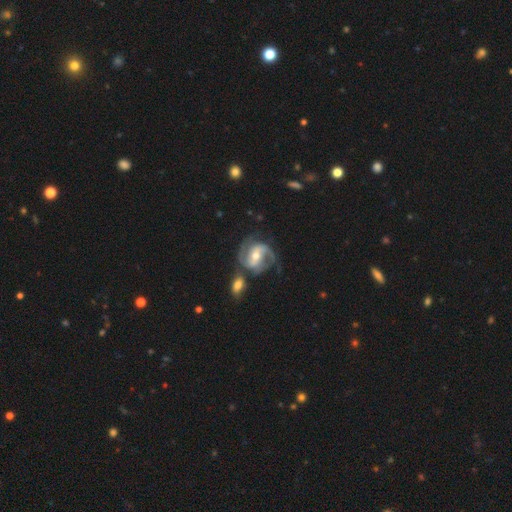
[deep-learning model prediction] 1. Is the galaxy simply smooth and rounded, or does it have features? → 89% featured or disk, 7% smooth, 5% star or artifact.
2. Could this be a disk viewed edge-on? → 97% no, 3% yes.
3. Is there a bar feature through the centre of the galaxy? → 41% weak, 39% strong, 20% no.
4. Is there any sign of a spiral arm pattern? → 97% yes, 3% no.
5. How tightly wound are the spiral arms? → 52% medium, 30% tight, 18% loose.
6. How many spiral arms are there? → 81% 2, 9% 3, 5% can't tell, 3% 1, 2% 4, 2% more than 4.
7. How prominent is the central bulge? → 61% moderate, 33% small, 4% large, 1% none, 1% dominant.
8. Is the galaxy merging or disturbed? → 57% none, 17% merger, 16% minor disturbance, 9% major disturbance.